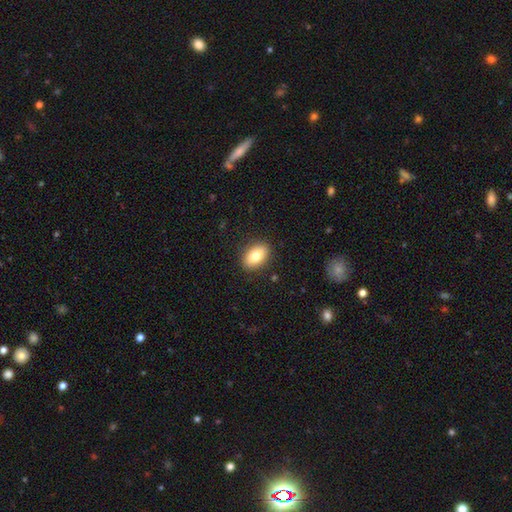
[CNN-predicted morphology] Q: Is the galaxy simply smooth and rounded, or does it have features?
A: smooth — 79%.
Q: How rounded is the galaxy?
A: in between — 87%.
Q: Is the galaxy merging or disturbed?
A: none — 88%.